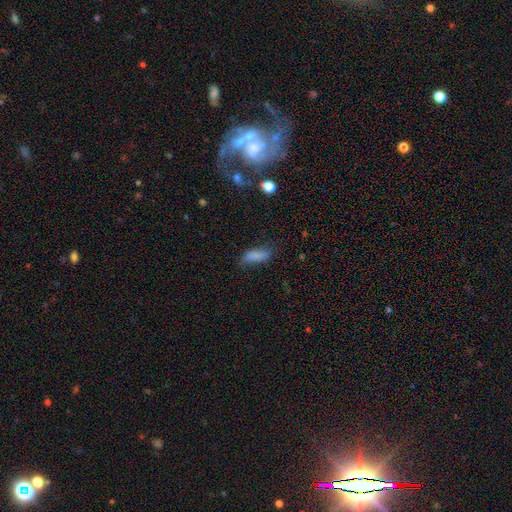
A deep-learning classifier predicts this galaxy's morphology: Q: Smooth or featured?
A: smooth (79%); runner-up: featured or disk (12%)
Q: How rounded?
A: in between (62%); runner-up: cigar-shaped (35%)
Q: Merging?
A: none (59%); runner-up: minor disturbance (28%)